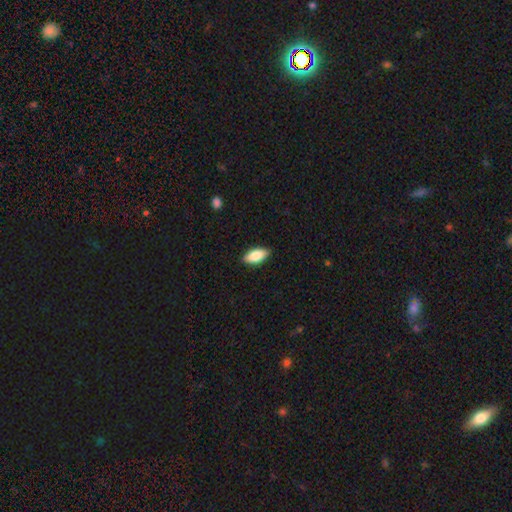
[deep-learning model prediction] Q: Smooth or featured?
A: smooth (84%); runner-up: featured or disk (10%)
Q: How rounded?
A: in between (89%); runner-up: cigar-shaped (9%)
Q: Merging?
A: none (88%); runner-up: minor disturbance (9%)